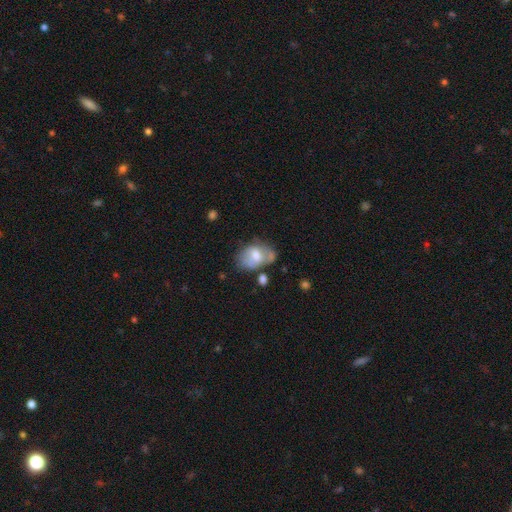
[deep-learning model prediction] This appears to be a smooth galaxy with no disk features (59%) that is in between round and cigar-shaped (84%). Merging: none (41%).